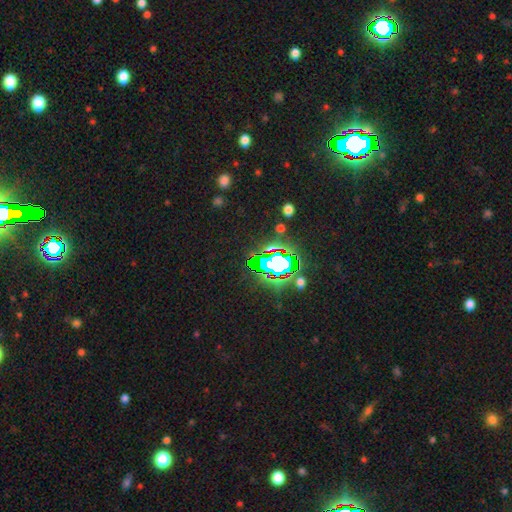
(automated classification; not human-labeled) Smooth or featured? star or artifact (75%)